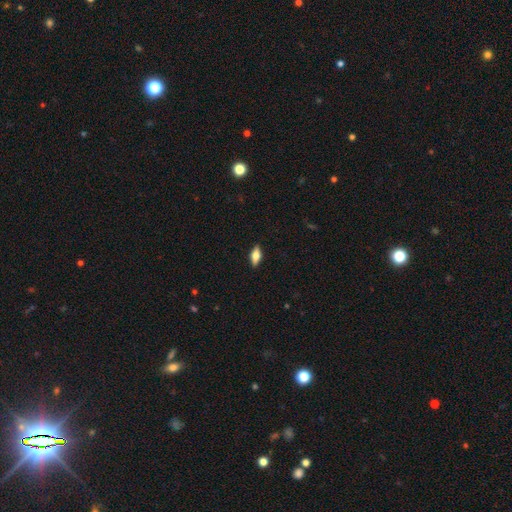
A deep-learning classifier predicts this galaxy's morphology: Smooth or featured?
  - smooth: 60% *
  - featured or disk: 33%
  - star or artifact: 7%
How rounded?
  - in between: 76% *
  - cigar-shaped: 21%
  - round: 4%
Merging?
  - none: 89% *
  - minor disturbance: 8%
  - major disturbance: 2%
  - merger: 1%